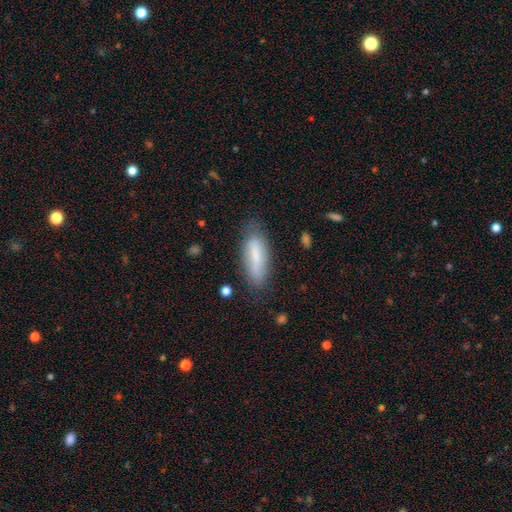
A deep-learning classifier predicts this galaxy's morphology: A smooth galaxy with no disk features (72%) that is in between round and cigar-shaped (55%).

Vote fractions:
- Smooth or featured? smooth: 72% / featured or disk: 21% / star or artifact: 7%
- How rounded? in between: 55% / cigar-shaped: 43% / round: 2%
- Merging? none: 74% / minor disturbance: 19% / major disturbance: 5% / merger: 2%